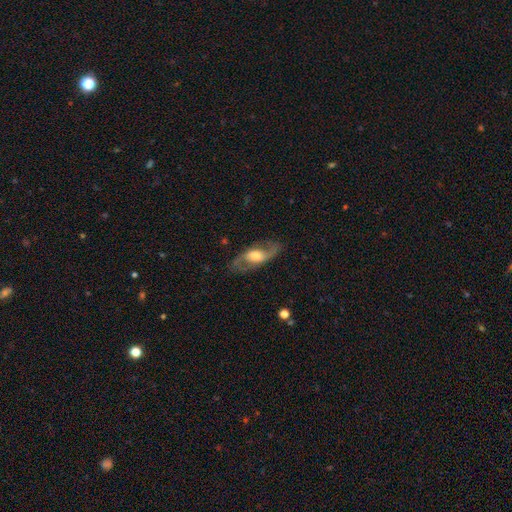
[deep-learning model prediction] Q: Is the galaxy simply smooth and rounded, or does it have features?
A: featured or disk — 76%.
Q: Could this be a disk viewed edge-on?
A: no — 89%.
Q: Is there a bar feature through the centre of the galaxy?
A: no — 44%.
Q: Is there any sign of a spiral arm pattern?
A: yes — 88%.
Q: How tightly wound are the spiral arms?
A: loose — 52%.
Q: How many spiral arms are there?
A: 2 — 90%.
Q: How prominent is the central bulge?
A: moderate — 55%.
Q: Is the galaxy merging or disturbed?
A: none — 77%.